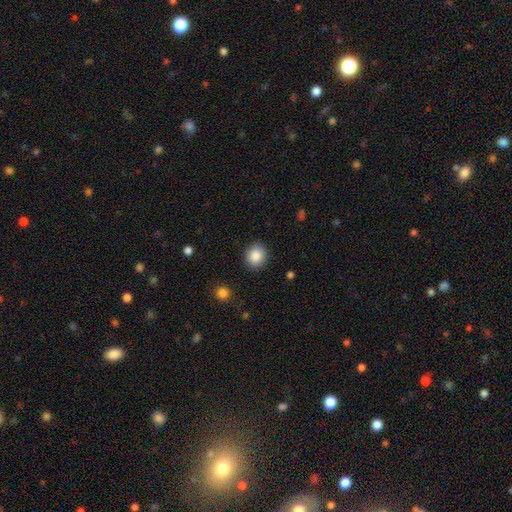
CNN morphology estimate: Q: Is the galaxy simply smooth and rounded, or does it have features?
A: smooth — 87%.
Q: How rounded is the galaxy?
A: round — 79%.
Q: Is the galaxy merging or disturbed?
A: none — 90%.